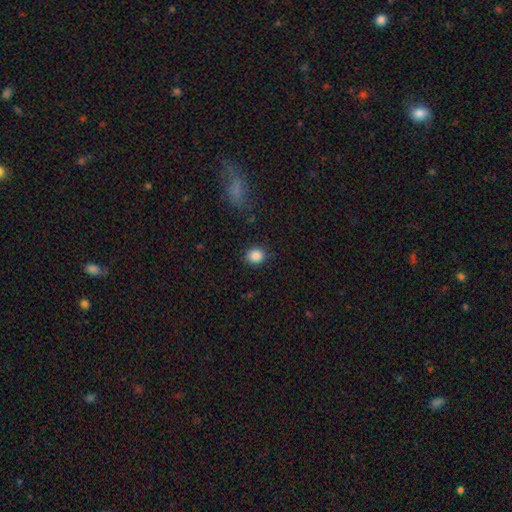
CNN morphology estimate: type=smooth (87%); roundness=round (72%); merging=none (87%).